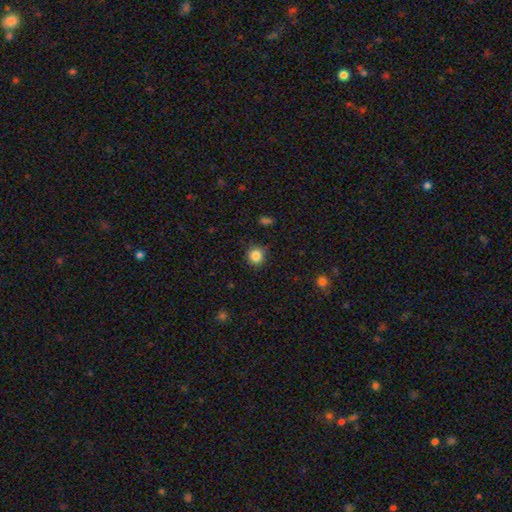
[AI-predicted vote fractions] Smooth or featured: smooth — 85% (star or artifact — 11%)
How rounded: round — 87% (in between — 12%)
Merging: none — 88% (minor disturbance — 9%)